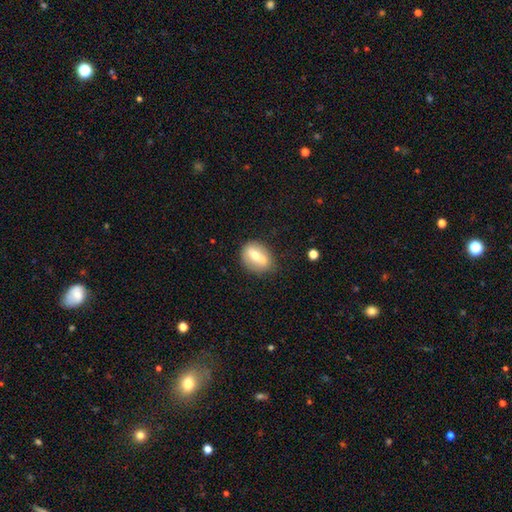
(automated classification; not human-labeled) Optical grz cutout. It shows a smooth galaxy with no disk features (56%) that is in between round and cigar-shaped (51%). Merging: none (50%).